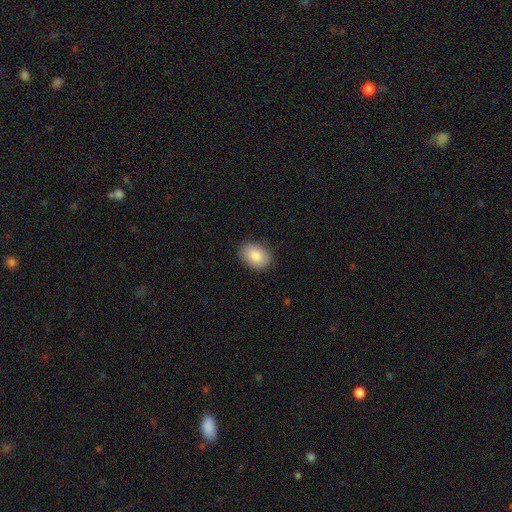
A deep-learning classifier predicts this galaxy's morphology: This is clearly a smooth galaxy (86%). How rounded: likely in between (75%). Merging: clearly none (87%).